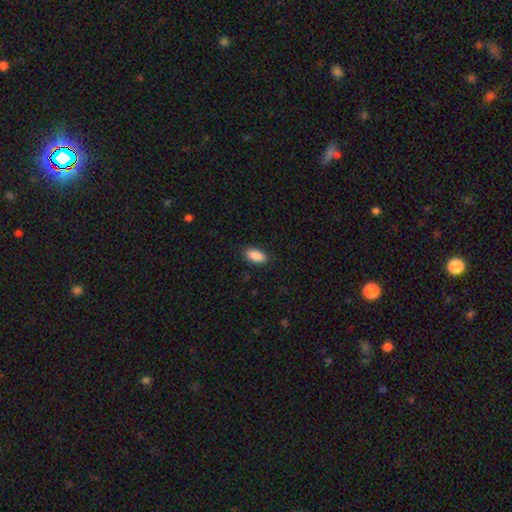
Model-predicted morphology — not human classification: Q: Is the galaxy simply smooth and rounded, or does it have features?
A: smooth — 90%.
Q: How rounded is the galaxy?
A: in between — 90%.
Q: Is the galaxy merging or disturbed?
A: none — 87%.